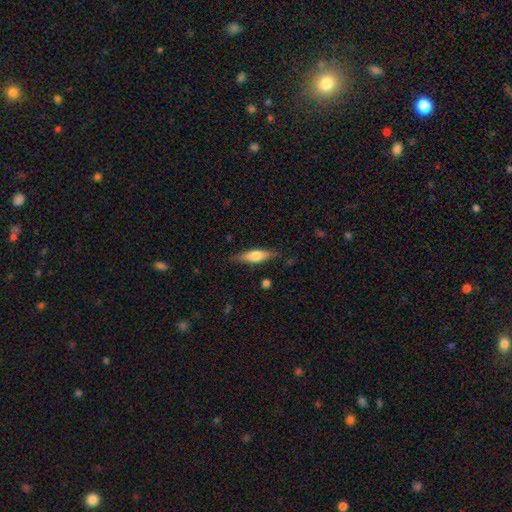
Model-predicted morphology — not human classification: This appears to be a smooth galaxy with no disk features (61%) that is cigar-shaped (55%). Merging: none (82%).